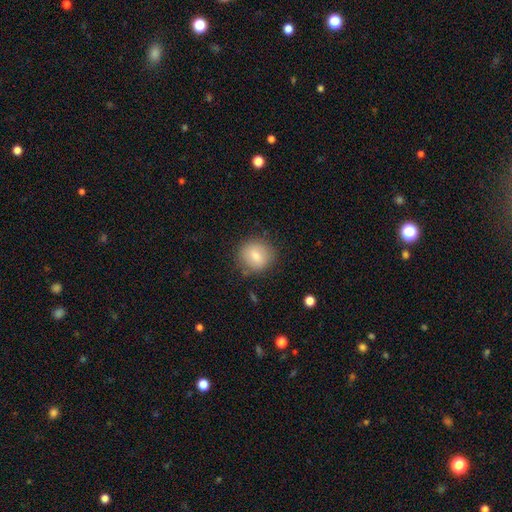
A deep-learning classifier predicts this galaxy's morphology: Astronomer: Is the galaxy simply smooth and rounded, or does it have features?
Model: smooth — 80%.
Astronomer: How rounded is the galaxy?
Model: round — 81%.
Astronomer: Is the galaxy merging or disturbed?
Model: none — 82%.